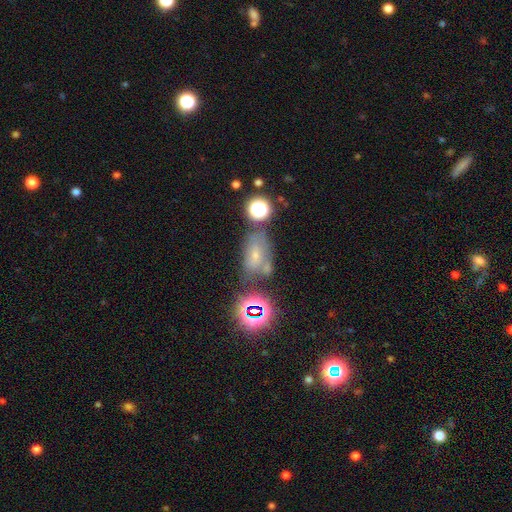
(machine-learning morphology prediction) Smooth or featured?
  - smooth: 39% *
  - star or artifact: 36%
  - featured or disk: 25%
Merging?
  - none: 53% *
  - minor disturbance: 20%
  - merger: 17%
  - major disturbance: 10%